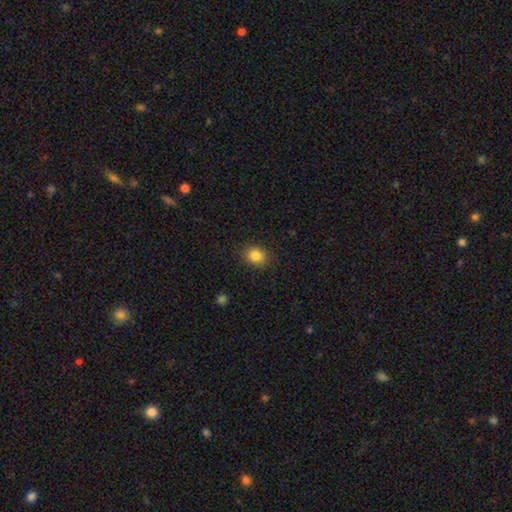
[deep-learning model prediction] Q: Smooth or featured?
A: smooth (85%); runner-up: star or artifact (10%)
Q: How rounded?
A: round (68%); runner-up: in between (31%)
Q: Merging?
A: none (87%); runner-up: minor disturbance (9%)